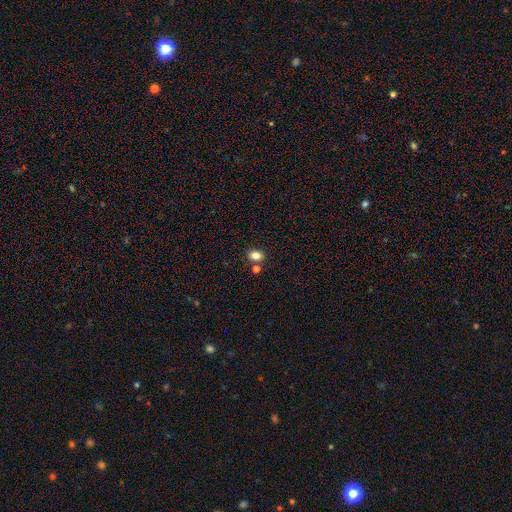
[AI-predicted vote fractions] This is clearly a smooth galaxy (82%). How rounded: likely in between (65%). Merging: likely none (77%).